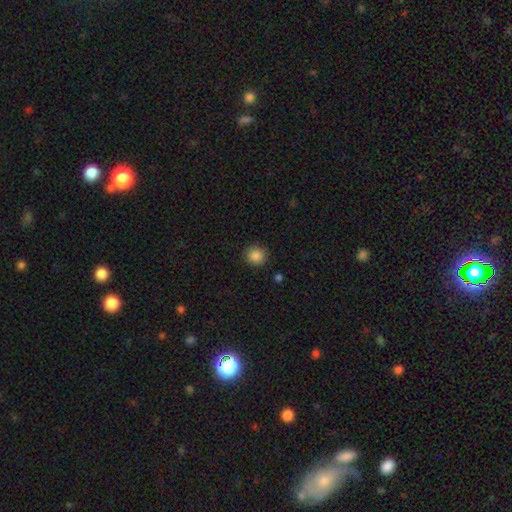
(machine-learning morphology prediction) A smooth galaxy with no disk features (86%) that is round (90%). Merging: none (90%).